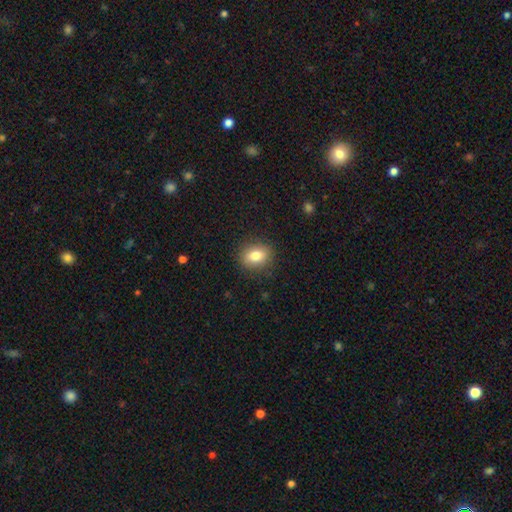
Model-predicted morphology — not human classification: Q: Smooth or featured?
A: smooth (82%); runner-up: featured or disk (9%)
Q: How rounded?
A: in between (63%); runner-up: round (35%)
Q: Merging?
A: none (87%); runner-up: minor disturbance (9%)